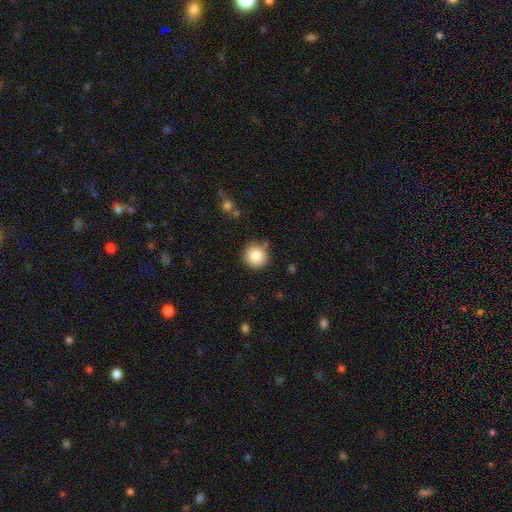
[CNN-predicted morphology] smooth_or_featured: smooth (p=0.84) [alt: star or artifact p=0.09]
how_rounded: round (p=0.93) [alt: in between p=0.06]
merging: none (p=0.85) [alt: minor disturbance p=0.09]